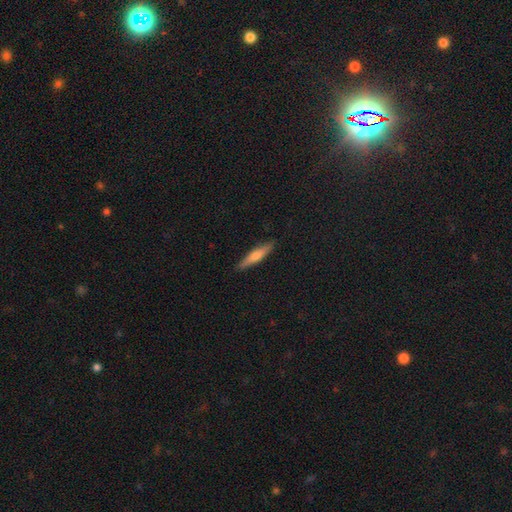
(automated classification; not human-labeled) The model was most divided on "smooth or featured": smooth: 48%, featured or disk: 45%, star or artifact: 6%. More confident: merging — none (90%).